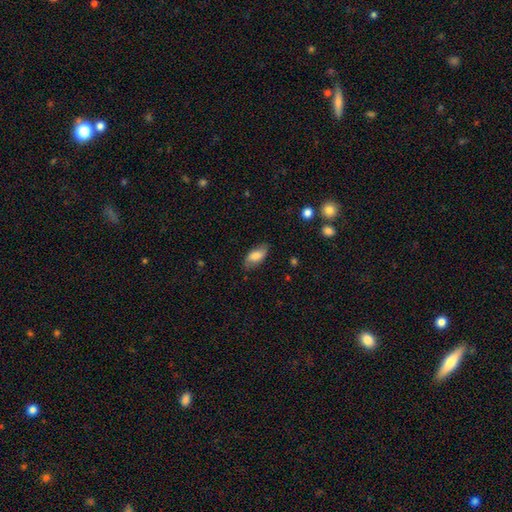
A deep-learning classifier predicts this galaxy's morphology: A smooth galaxy with no disk features (71%) that is in between round and cigar-shaped (89%).

Vote fractions:
- Smooth or featured? smooth: 71% / featured or disk: 22% / star or artifact: 7%
- How rounded? in between: 89% / cigar-shaped: 8% / round: 4%
- Merging? none: 78% / minor disturbance: 17% / major disturbance: 4% / merger: 1%